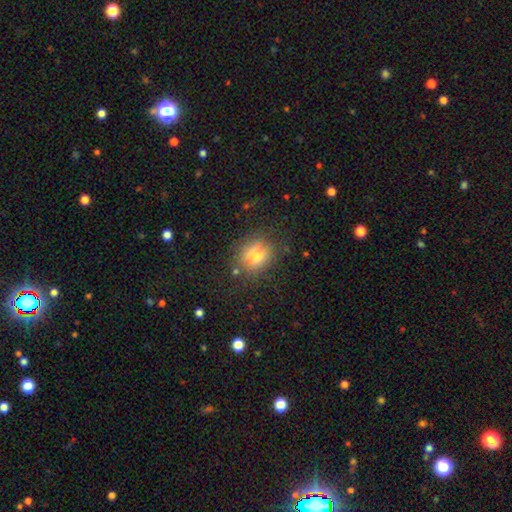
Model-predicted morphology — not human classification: Q: Smooth or featured?
A: smooth (67%); runner-up: featured or disk (19%)
Q: How rounded?
A: round (62%); runner-up: in between (36%)
Q: Merging?
A: none (70%); runner-up: minor disturbance (18%)